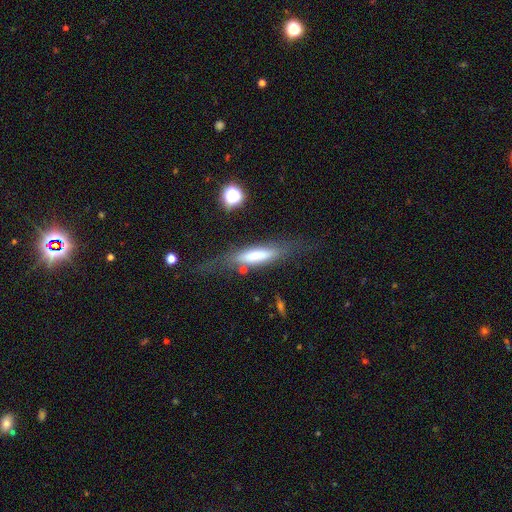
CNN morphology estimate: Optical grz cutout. It shows a smooth galaxy with no disk features (59%) that is cigar-shaped (69%). Merging: none (63%).